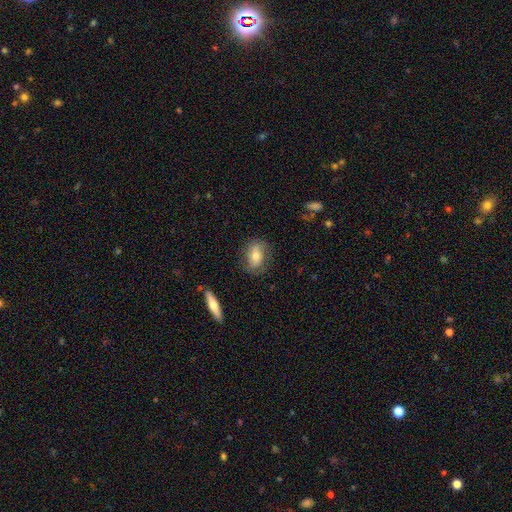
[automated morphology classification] This is possibly a smooth galaxy (58%). How rounded: likely in between (68%). Merging: likely none (74%).